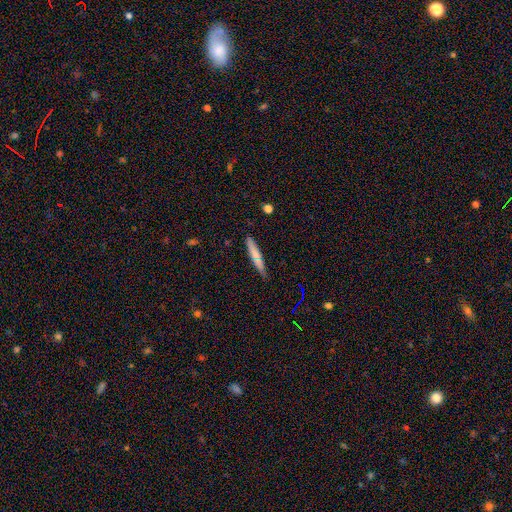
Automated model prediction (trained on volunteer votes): This is likely a smooth galaxy (67%). How rounded: clearly cigar-shaped (91%). Merging: clearly none (83%).